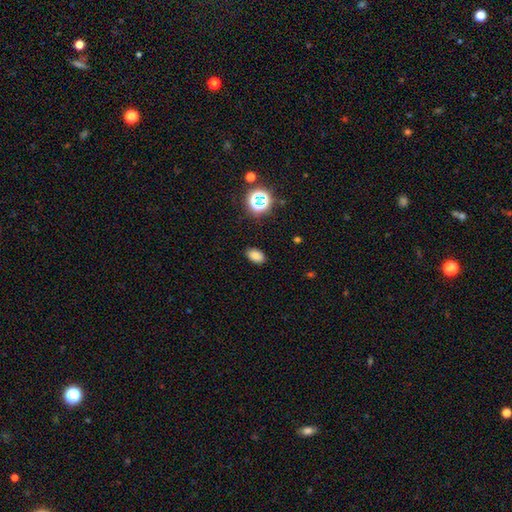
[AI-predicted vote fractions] Smooth or featured? Predicted: smooth (p=0.80). How rounded? Predicted: in between (p=0.88). Merging? Predicted: none (p=0.88).